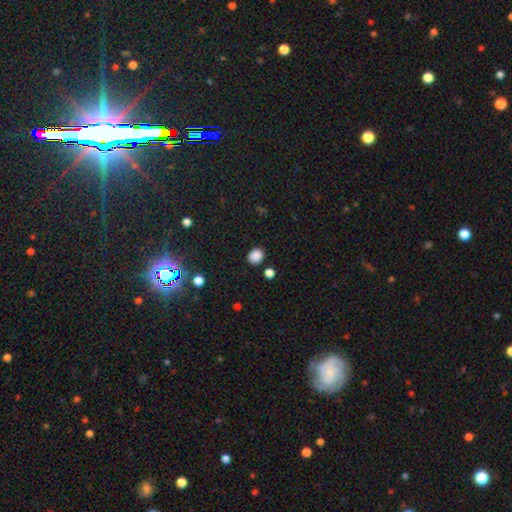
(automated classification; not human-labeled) smooth-or-featured: smooth: 85% | star or artifact: 11% | featured or disk: 3%
  how-rounded: round: 68% | in between: 31% | cigar-shaped: 1%
  merging: none: 86% | minor disturbance: 8% | merger: 3% | major disturbance: 3%